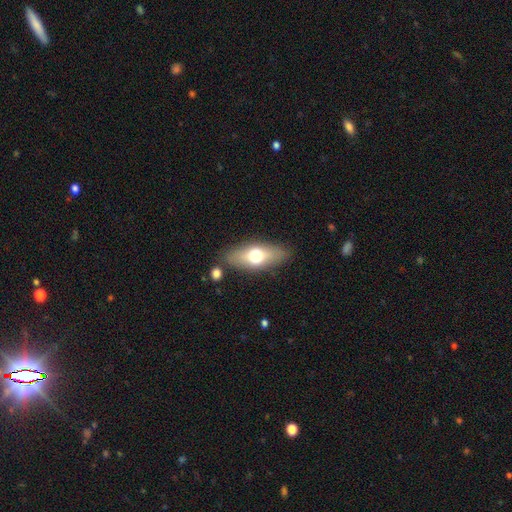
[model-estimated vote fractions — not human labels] smooth-or-featured: smooth: 59% | featured or disk: 34% | star or artifact: 7%
  how-rounded: in between: 70% | cigar-shaped: 25% | round: 5%
  merging: none: 81% | minor disturbance: 11% | merger: 4% | major disturbance: 3%